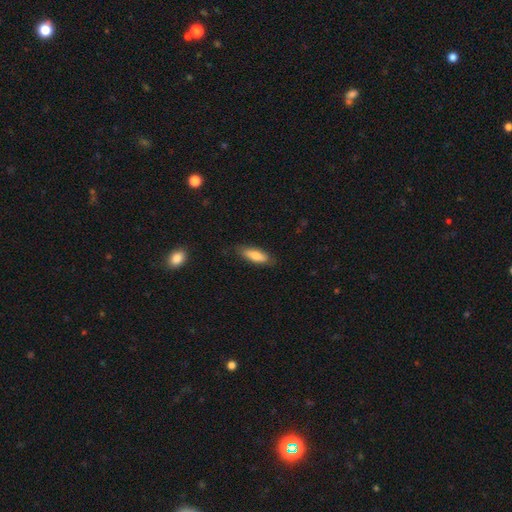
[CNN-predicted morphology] Smooth or featured?
  - smooth: 75% *
  - featured or disk: 19%
  - star or artifact: 6%
How rounded?
  - in between: 55% *
  - cigar-shaped: 43%
  - round: 2%
Merging?
  - none: 81% *
  - minor disturbance: 15%
  - major disturbance: 3%
  - merger: 1%